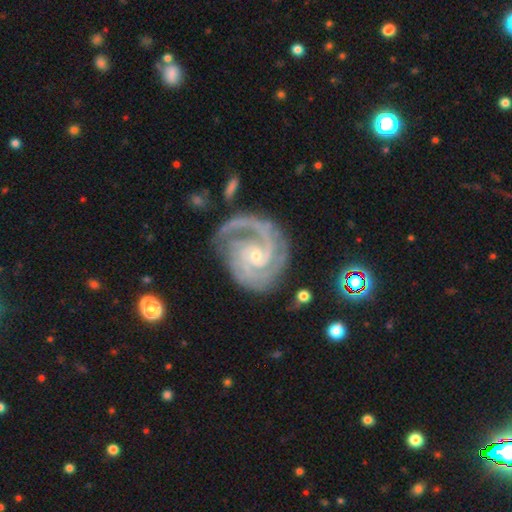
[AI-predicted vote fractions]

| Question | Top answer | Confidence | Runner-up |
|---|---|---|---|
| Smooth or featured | featured or disk | 93% | star or artifact (4%) |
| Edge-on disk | no | 98% | yes (2%) |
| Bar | no | 64% | weak (26%) |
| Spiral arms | yes | 99% | no (1%) |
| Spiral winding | tight | 65% | medium (31%) |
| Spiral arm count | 2 | 49% | 3 (27%) |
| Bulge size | small | 78% | moderate (18%) |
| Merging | none | 71% | minor disturbance (18%) |